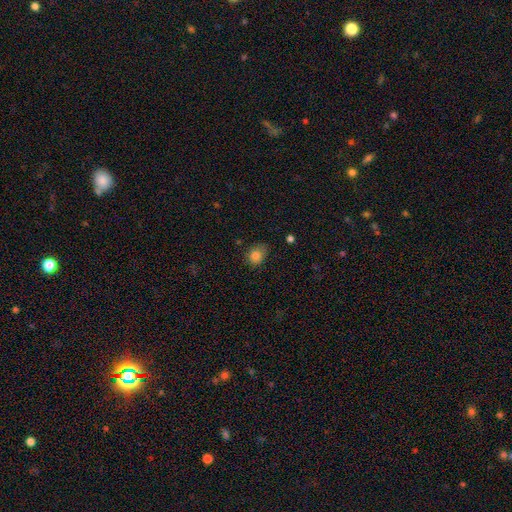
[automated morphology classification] Smooth or featured? smooth (83%)
How rounded? round (52%)
Merging? none (63%)